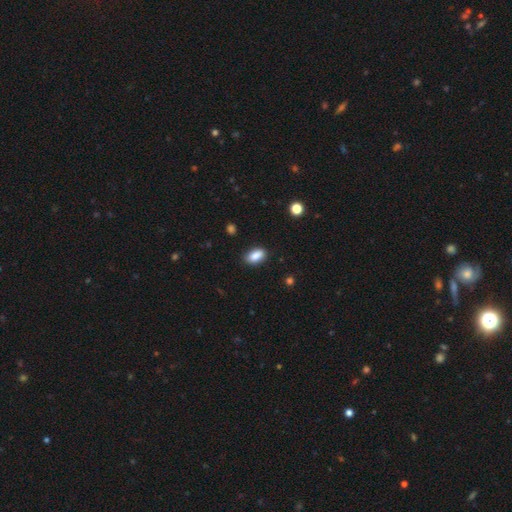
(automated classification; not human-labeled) Smooth or featured? Predicted: smooth (p=0.88). How rounded? Predicted: in between (p=0.90). Merging? Predicted: none (p=0.86).